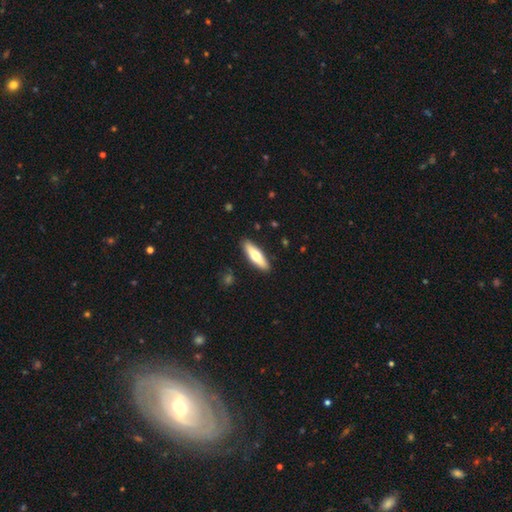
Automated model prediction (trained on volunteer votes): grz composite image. It shows a smooth galaxy with no disk features (57%) that is cigar-shaped (61%). Merging: none (90%).